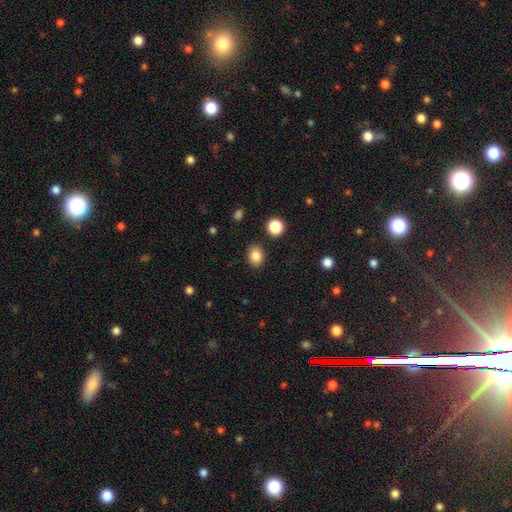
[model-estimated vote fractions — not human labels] smooth-or-featured: smooth: 84% | star or artifact: 10% | featured or disk: 6%
  how-rounded: in between: 57% | round: 42% | cigar-shaped: 1%
  merging: none: 87% | minor disturbance: 8% | major disturbance: 2% | merger: 2%